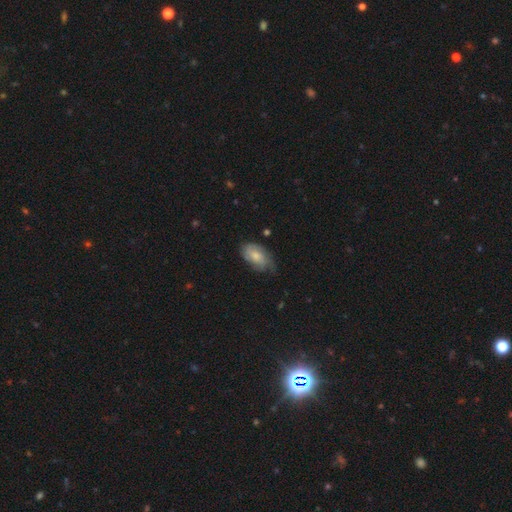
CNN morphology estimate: smooth-or-featured: smooth: 49% | featured or disk: 44% | star or artifact: 7%
  merging: none: 57% | minor disturbance: 32% | major disturbance: 10% | merger: 2%